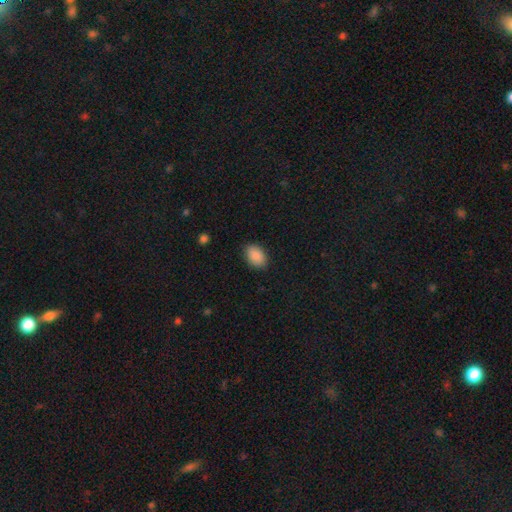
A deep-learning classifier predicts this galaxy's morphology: Overall: smooth (89%). How rounded: in between (85%). Merging: none (87%).